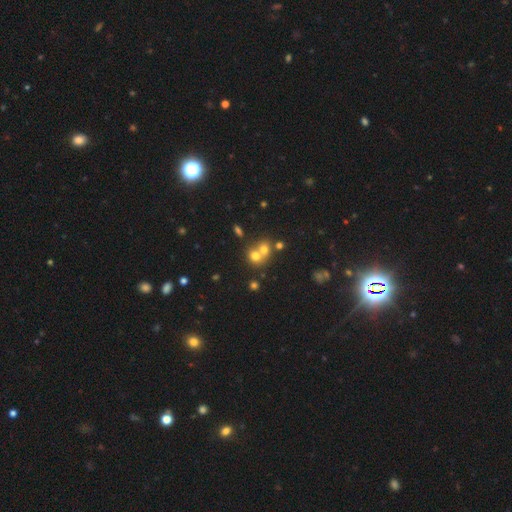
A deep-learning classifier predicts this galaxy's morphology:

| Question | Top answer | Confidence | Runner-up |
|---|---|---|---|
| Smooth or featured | smooth | 68% | featured or disk (17%) |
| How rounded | round | 73% | in between (26%) |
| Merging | merger | 57% | none (34%) |